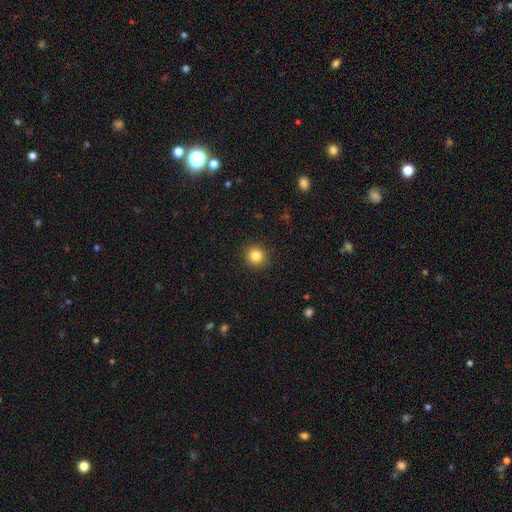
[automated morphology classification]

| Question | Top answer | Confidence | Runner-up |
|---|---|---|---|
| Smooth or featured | smooth | 84% | star or artifact (11%) |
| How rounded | round | 88% | in between (11%) |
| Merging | none | 91% | minor disturbance (6%) |